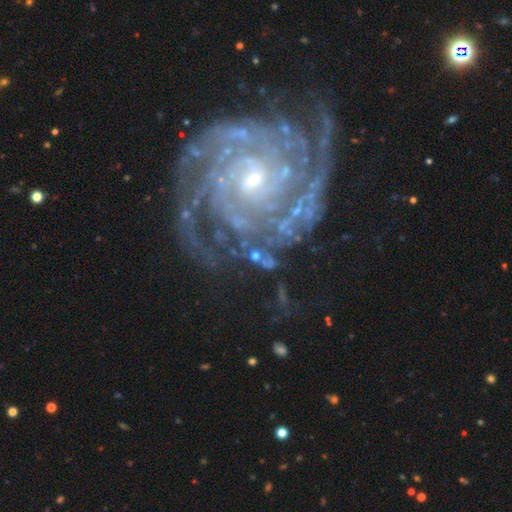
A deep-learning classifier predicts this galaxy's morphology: This appears to be a featured or disk galaxy (57%) with no bar (59%), spiral arms (77%) and a small central bulge (47%). Merging: none (55%).